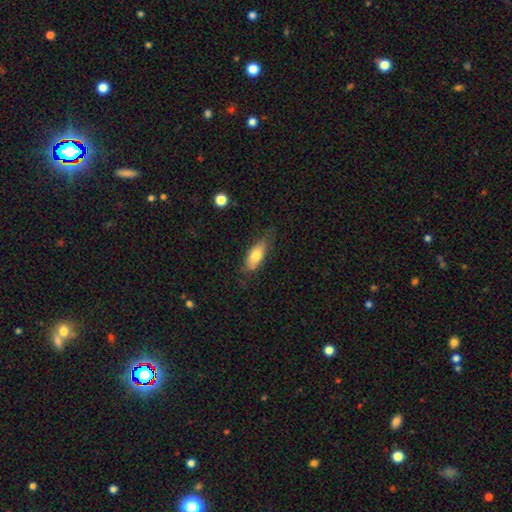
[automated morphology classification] A smooth galaxy with no disk features (71%) that is in between round and cigar-shaped (77%).

Vote fractions:
- Smooth or featured? smooth: 71% / featured or disk: 22% / star or artifact: 7%
- How rounded? in between: 77% / cigar-shaped: 20% / round: 3%
- Merging? none: 64% / minor disturbance: 27% / major disturbance: 8% / merger: 2%